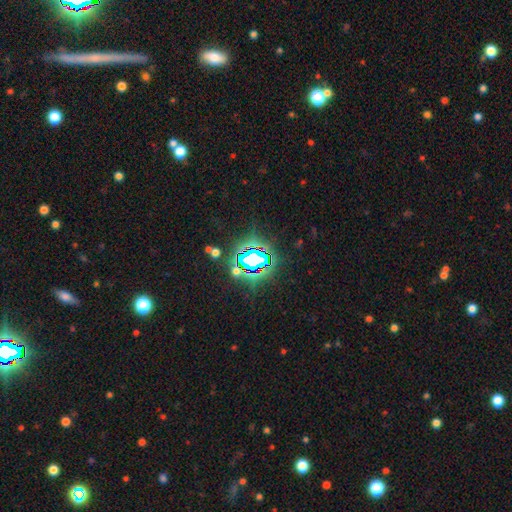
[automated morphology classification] Overall: star or artifact (77%).